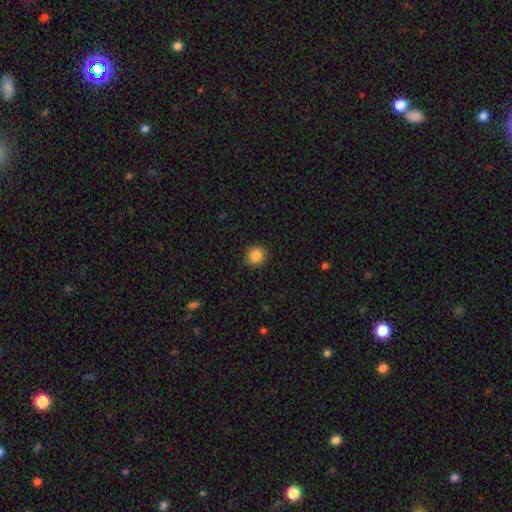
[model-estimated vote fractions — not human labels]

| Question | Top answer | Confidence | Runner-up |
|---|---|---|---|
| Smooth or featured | smooth | 87% | star or artifact (9%) |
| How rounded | round | 87% | in between (13%) |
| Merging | none | 89% | minor disturbance (8%) |